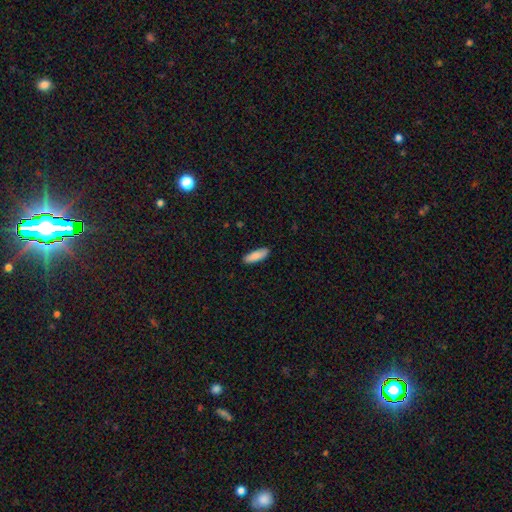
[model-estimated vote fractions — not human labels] Smooth or featured? smooth (88%)
How rounded? in between (52%)
Merging? none (89%)